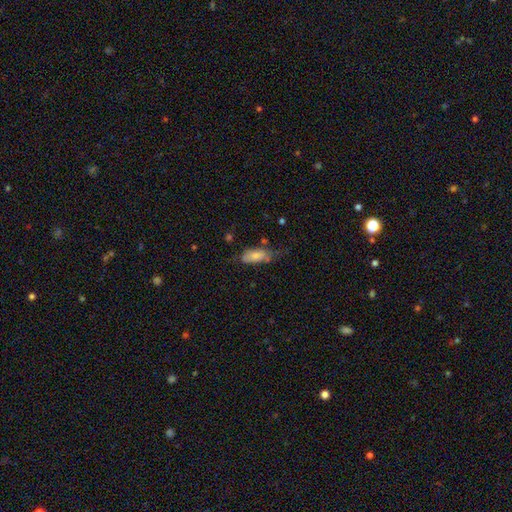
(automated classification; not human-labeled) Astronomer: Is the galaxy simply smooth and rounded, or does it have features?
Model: smooth — 76%.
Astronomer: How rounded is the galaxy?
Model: in between — 84%.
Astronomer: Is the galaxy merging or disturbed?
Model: none — 43% (runner-up: minor disturbance, 36%).